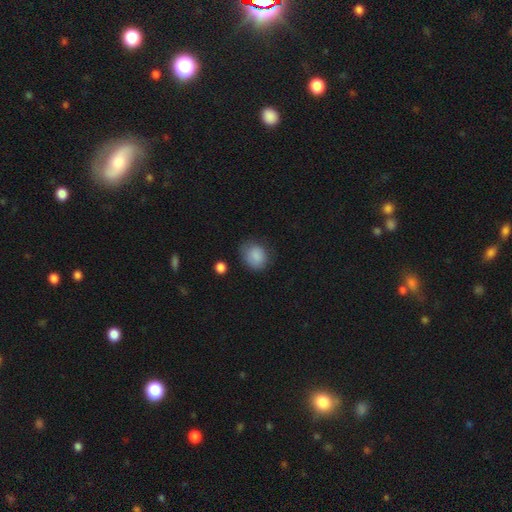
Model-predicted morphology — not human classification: smooth_or_featured: smooth (p=0.86) [alt: star or artifact p=0.08]
how_rounded: round (p=0.54) [alt: in between p=0.45]
merging: none (p=0.70) [alt: minor disturbance p=0.22]